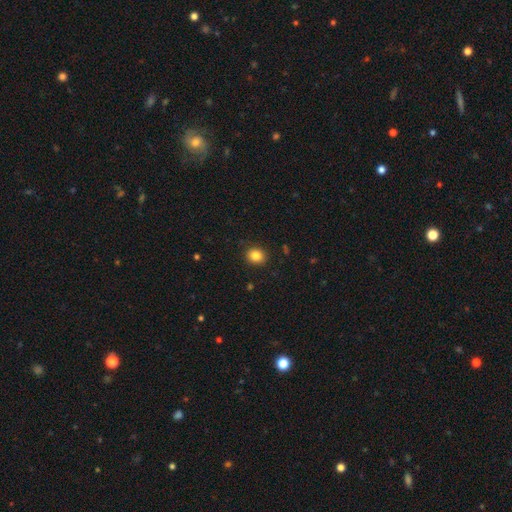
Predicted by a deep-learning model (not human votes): Smooth or featured? smooth (84%)
How rounded? round (73%)
Merging? none (90%)